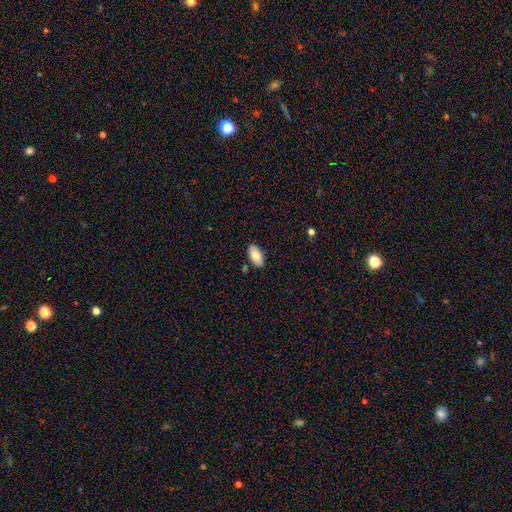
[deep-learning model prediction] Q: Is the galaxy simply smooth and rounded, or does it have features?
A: smooth — 80%.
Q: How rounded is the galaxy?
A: in between — 95%.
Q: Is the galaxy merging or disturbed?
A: none — 86%.